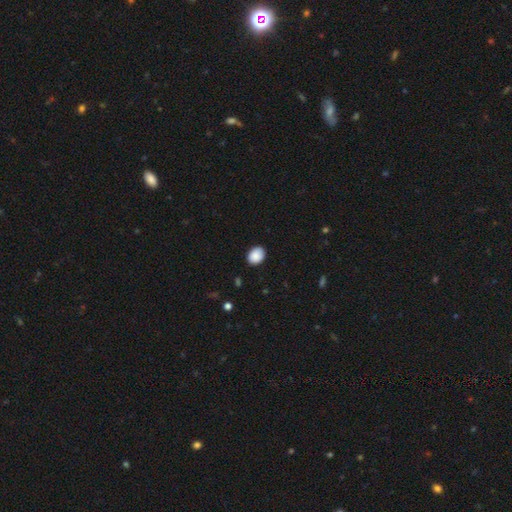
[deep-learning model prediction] Overall: smooth (89%). How rounded: in between (63%; round 36%). Merging: none (86%).